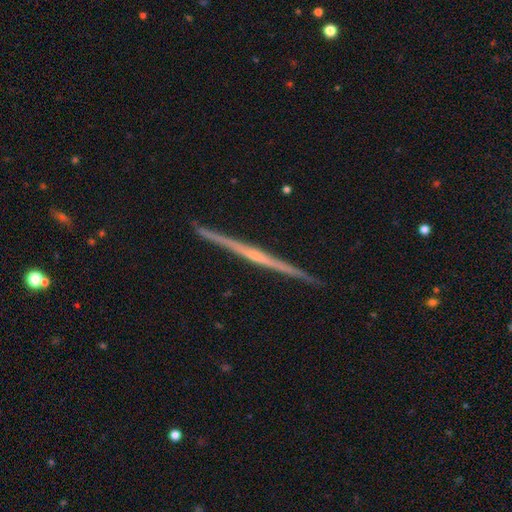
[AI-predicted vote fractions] Morphology: type=featured or disk (81%); edge-on=yes (99%); edge-on bulge=none (54%); merging=none (92%).